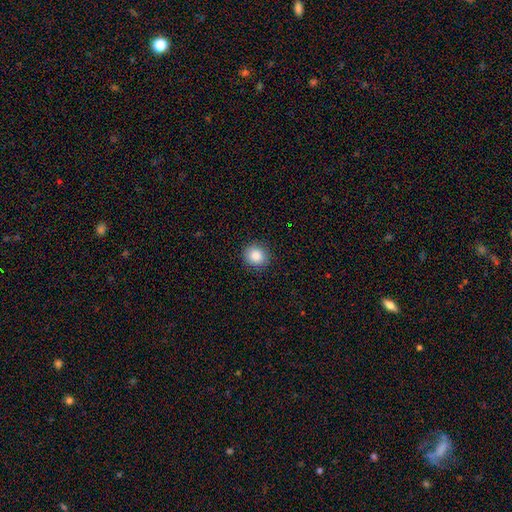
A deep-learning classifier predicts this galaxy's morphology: This is clearly a smooth galaxy (86%). How rounded: clearly round (86%). Merging: clearly none (90%).